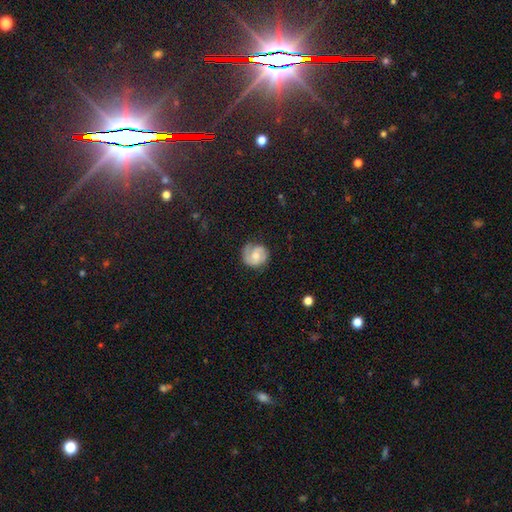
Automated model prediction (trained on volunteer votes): A featured or disk galaxy (68%) with no bar (55%), 2 (75%) tight (50%) spiral arms (93%) and a moderate central bulge (53%).

Vote fractions:
- Smooth or featured? featured or disk: 68% / smooth: 25% / star or artifact: 7%
- Edge-on disk? no: 98% / yes: 2%
- Bar? no: 55% / weak: 37% / strong: 7%
- Spiral arms? yes: 93% / no: 7%
- Spiral winding? tight: 50% / medium: 38% / loose: 12%
- Spiral arm count? 2: 75% / 1: 13% / can't tell: 8% / 3: 2% / 4: 1% / more than 4: 1%
- Bulge size? moderate: 53% / small: 33% / none: 6% / large: 6% / dominant: 1%
- Merging? none: 73% / minor disturbance: 19% / major disturbance: 7% / merger: 1%